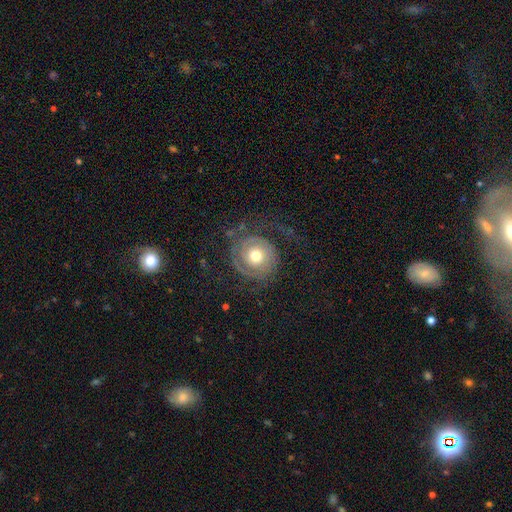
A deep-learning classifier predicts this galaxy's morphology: Smooth or featured? Predicted: featured or disk (p=0.70). Edge-on disk? Predicted: no (p=0.97). Bar? Predicted: no (p=0.82). Spiral arms? Predicted: yes (p=0.84). Spiral winding? Predicted: tight (p=0.56). Spiral arm count? Predicted: 2 (p=0.40). Bulge size? Predicted: moderate (p=0.73). Merging? Predicted: none (p=0.61).